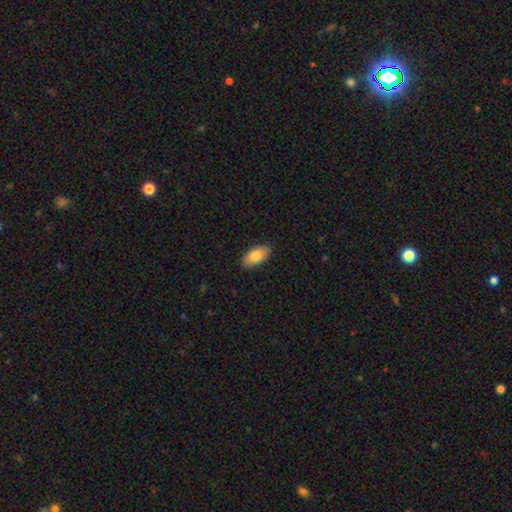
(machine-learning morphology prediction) A smooth galaxy with no disk features (84%) that is in between round and cigar-shaped (93%). Merging: none (87%).